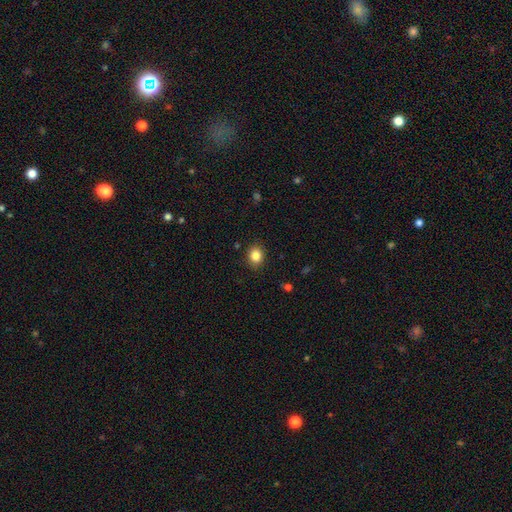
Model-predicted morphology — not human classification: Smooth or featured?
  - smooth: 85% *
  - star or artifact: 10%
  - featured or disk: 5%
How rounded?
  - round: 60% *
  - in between: 39%
  - cigar-shaped: 1%
Merging?
  - none: 88% *
  - minor disturbance: 9%
  - major disturbance: 2%
  - merger: 1%